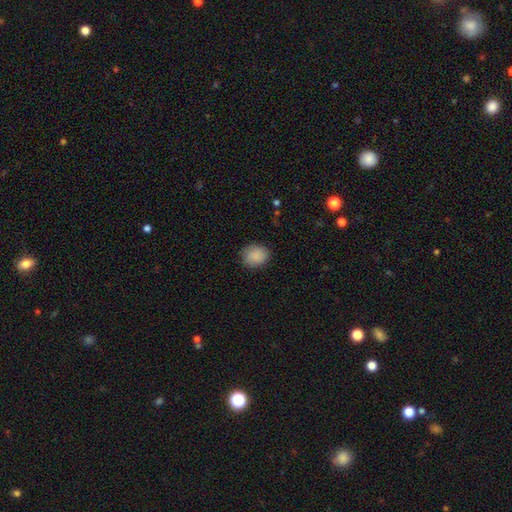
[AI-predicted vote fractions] Morphology: type=smooth (87%); roundness=round (68%); merging=none (84%).